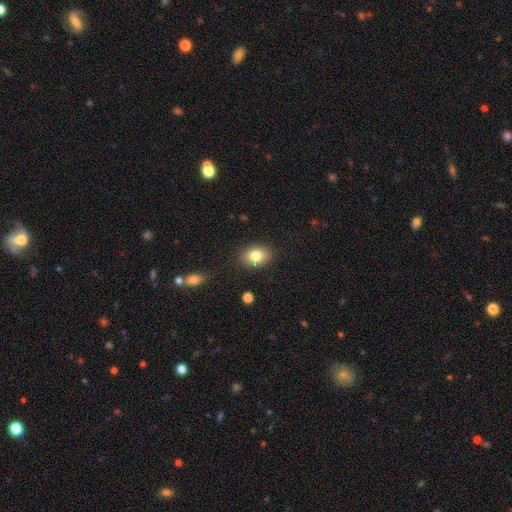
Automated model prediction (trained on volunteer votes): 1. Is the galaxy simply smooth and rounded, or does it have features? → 81% smooth, 9% star or artifact, 9% featured or disk.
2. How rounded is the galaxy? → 63% in between, 36% round, 1% cigar-shaped.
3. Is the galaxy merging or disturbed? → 86% none, 10% minor disturbance, 3% major disturbance, 2% merger.